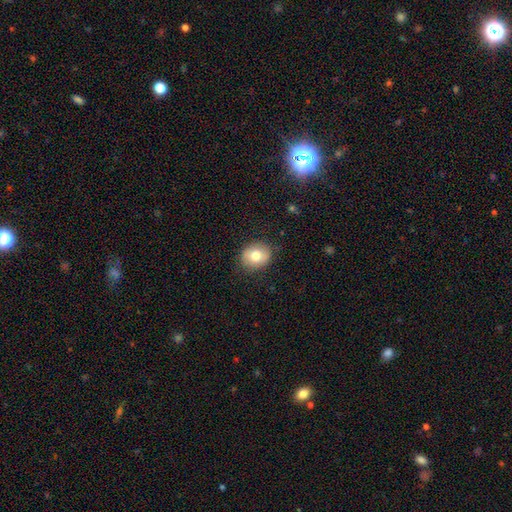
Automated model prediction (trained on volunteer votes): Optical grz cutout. It shows a smooth galaxy with no disk features (74%) that is round (66%). Merging: none (85%).